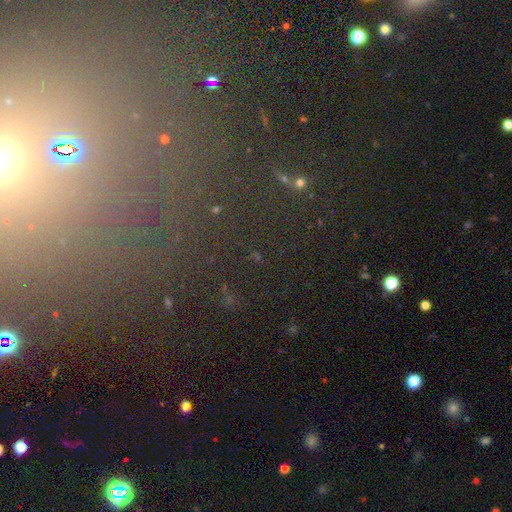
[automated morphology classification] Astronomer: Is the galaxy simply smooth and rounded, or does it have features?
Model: star or artifact — 67%.